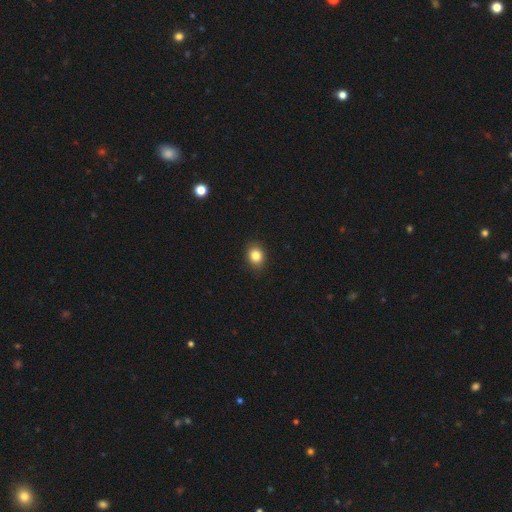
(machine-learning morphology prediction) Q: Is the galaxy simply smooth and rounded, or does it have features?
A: smooth — 84%.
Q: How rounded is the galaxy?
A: round — 53%.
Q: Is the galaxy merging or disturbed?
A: none — 88%.